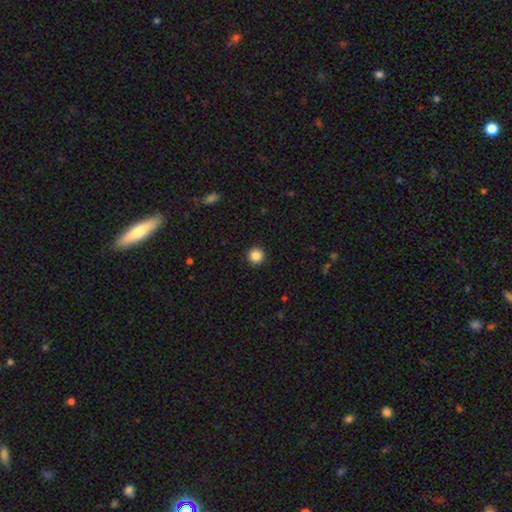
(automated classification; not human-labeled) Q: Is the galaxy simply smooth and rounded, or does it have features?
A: smooth — 86%.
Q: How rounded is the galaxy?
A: round — 96%.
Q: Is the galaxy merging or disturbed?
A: none — 94%.